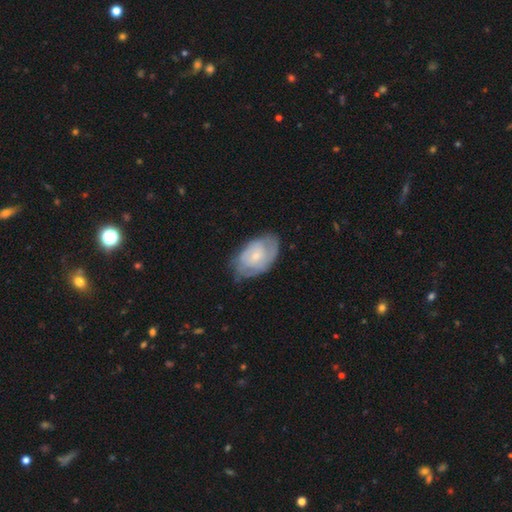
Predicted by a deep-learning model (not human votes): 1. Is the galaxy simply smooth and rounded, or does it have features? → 57% featured or disk, 37% smooth, 6% star or artifact.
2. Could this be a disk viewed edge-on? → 95% no, 5% yes.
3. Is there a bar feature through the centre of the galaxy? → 73% no, 24% weak, 4% strong.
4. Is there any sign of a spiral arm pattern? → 73% yes, 27% no.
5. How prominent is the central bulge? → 64% small, 30% moderate, 3% none, 2% large, 1% dominant.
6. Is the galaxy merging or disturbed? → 60% none, 29% minor disturbance, 9% major disturbance, 1% merger.